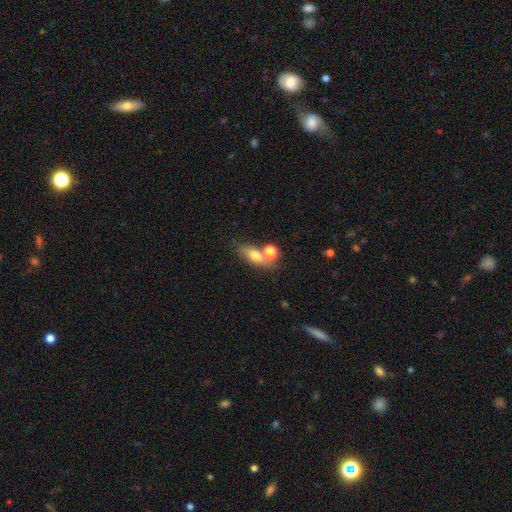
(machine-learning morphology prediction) Smooth or featured?
  - smooth: 63% *
  - featured or disk: 22%
  - star or artifact: 15%
How rounded?
  - in between: 65% *
  - round: 19%
  - cigar-shaped: 15%
Merging?
  - none: 53% *
  - merger: 30%
  - minor disturbance: 12%
  - major disturbance: 5%